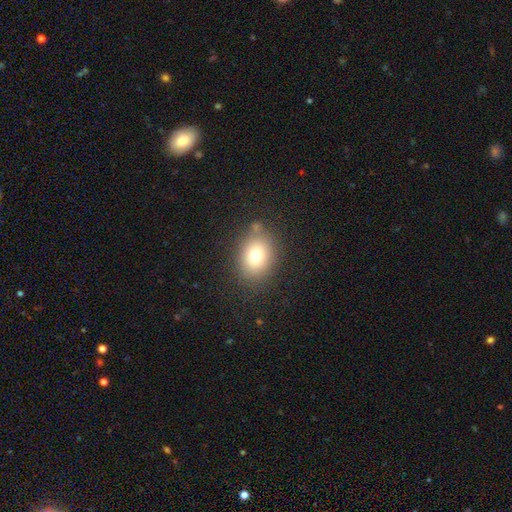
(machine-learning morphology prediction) This is likely a smooth galaxy (74%). How rounded: possibly in between (52%). Merging: likely none (78%).